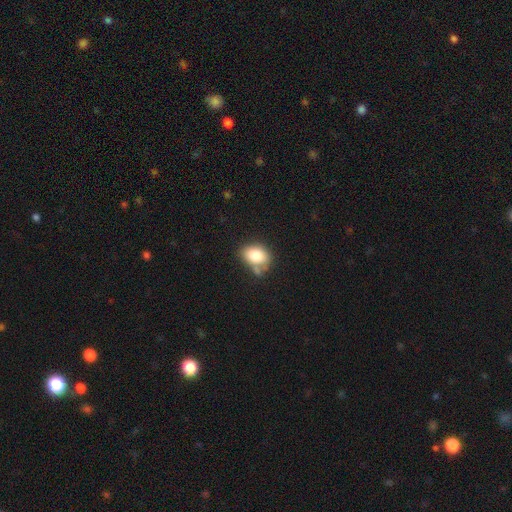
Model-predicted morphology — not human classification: Q: Smooth or featured?
A: smooth (80%); runner-up: featured or disk (11%)
Q: How rounded?
A: in between (67%); runner-up: round (32%)
Q: Merging?
A: none (52%); runner-up: minor disturbance (25%)